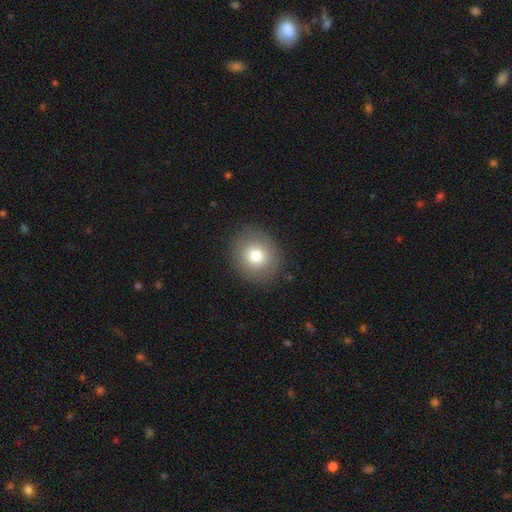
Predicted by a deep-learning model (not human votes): This appears to be a smooth galaxy with no disk features (78%) that is round (80%). Merging: none (88%).